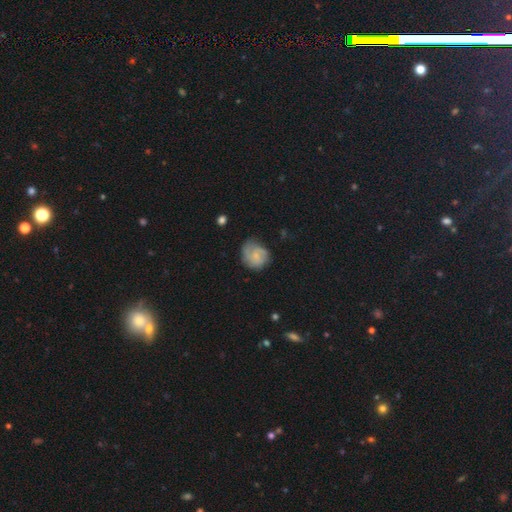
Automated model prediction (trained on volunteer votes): Smooth or featured? Predicted: featured or disk (p=0.46, tied with smooth). Merging? Predicted: none (p=0.57).